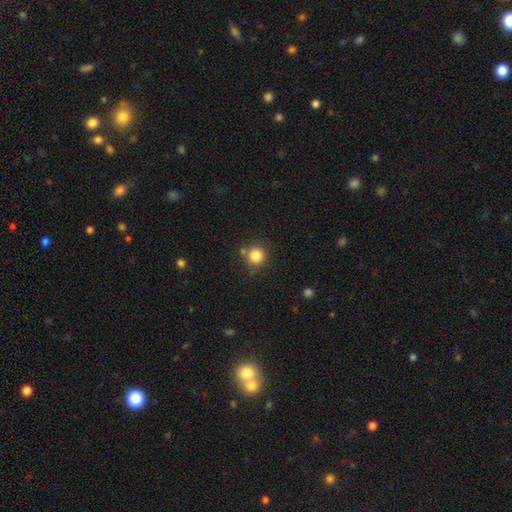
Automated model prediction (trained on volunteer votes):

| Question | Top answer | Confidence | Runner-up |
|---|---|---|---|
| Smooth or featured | smooth | 84% | star or artifact (11%) |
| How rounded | round | 92% | in between (7%) |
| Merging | none | 76% | minor disturbance (12%) |